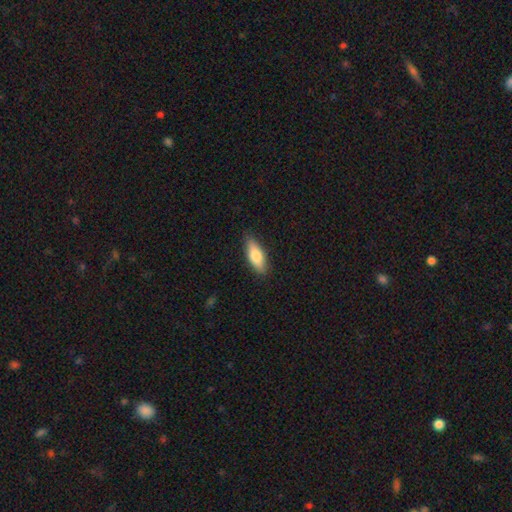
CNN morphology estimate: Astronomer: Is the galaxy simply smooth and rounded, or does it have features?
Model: smooth — 73%.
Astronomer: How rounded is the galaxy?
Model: in between — 62%.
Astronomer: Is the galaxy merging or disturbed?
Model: none — 87%.